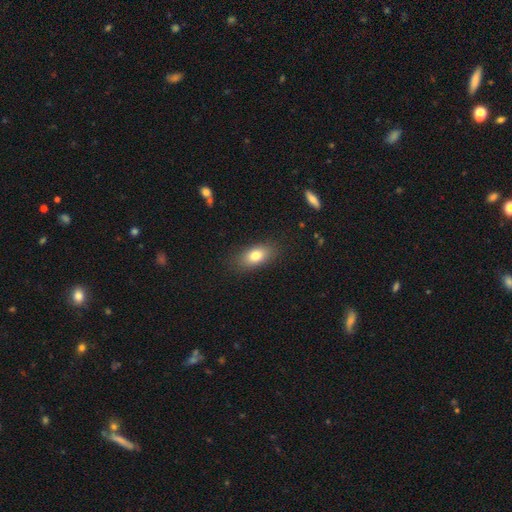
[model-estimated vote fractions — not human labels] Smooth or featured?
  - smooth: 78% *
  - featured or disk: 13%
  - star or artifact: 9%
How rounded?
  - in between: 85% *
  - round: 9%
  - cigar-shaped: 6%
Merging?
  - none: 85% *
  - minor disturbance: 11%
  - major disturbance: 3%
  - merger: 1%